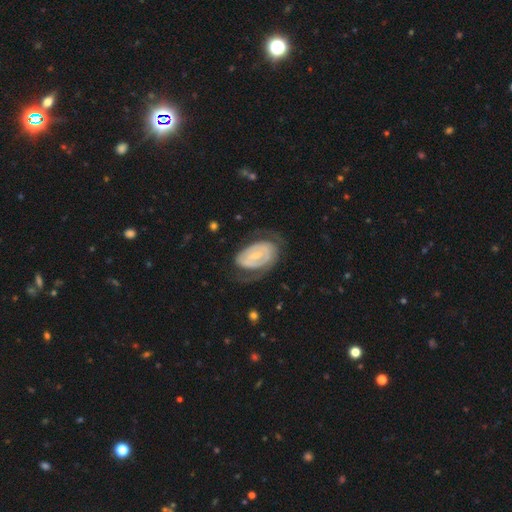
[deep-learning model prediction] smooth-or-featured: featured or disk: 75% | smooth: 20% | star or artifact: 5%
  disk-edge-on: no: 96% | yes: 4%
    bar: weak: 44% | no: 36% | strong: 20%
    has-spiral-arms: yes: 76% | no: 24%
      spiral-winding: tight: 55% | medium: 31% | loose: 15%
      spiral-arm-count: 2: 59% | can't tell: 27% | 1: 8% | 3: 4% | 4: 2% | more than 4: 2%
    bulge-size: small: 63% | moderate: 28% | none: 5% | large: 2% | dominant: 1%
  merging: none: 58% | minor disturbance: 20% | major disturbance: 20% | merger: 2%